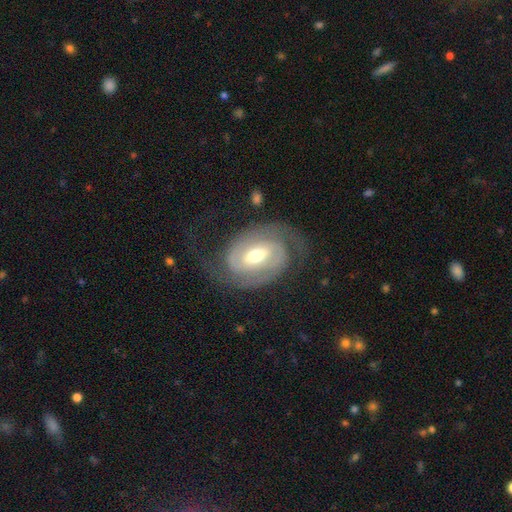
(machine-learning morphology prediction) The model was most divided on "spiral winding": tight: 45%, medium: 41%, loose: 14%. Remaining: edge-on disk — no (97%); spiral arms — yes (95%); spiral arm count — 2 (87%); smooth or featured — featured or disk (87%); merging — none (70%); bulge size — moderate (68%); bar — weak (45%).